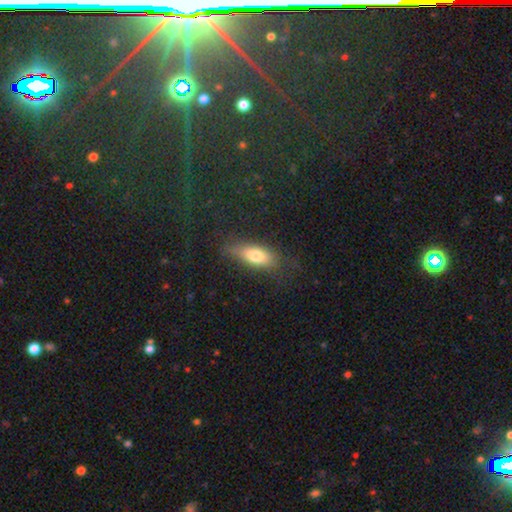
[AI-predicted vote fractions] Smooth or featured? Predicted: smooth (p=0.73). How rounded? Predicted: in between (p=0.74). Merging? Predicted: none (p=0.73).